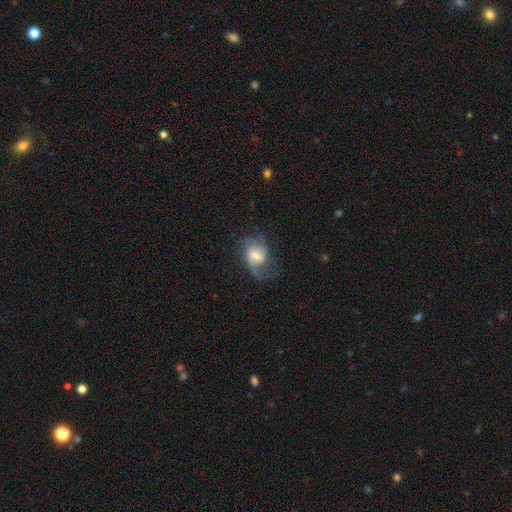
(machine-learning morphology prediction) This is likely a featured or disk galaxy (60%). It is clearly not viewed edge-on (97%). Bar: possibly weak (49%). Spiral arm pattern: clearly yes (86%). Central bulge: possibly moderate (48%). Merging: marginally none (42%).